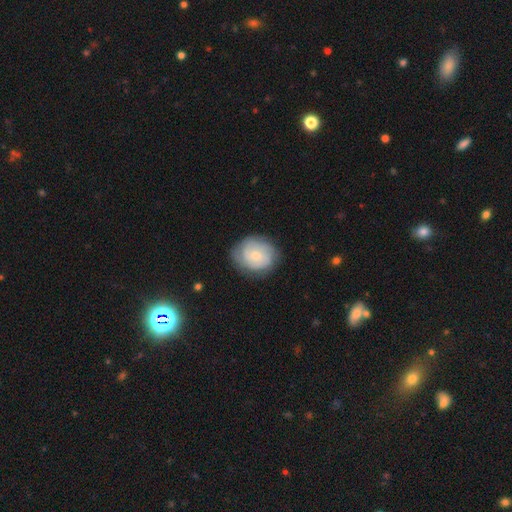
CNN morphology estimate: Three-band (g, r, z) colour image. It shows a featured or disk galaxy (54%) with no bar (76%), spiral arms (83%) and a small central bulge (54%). Merging: none (76%).